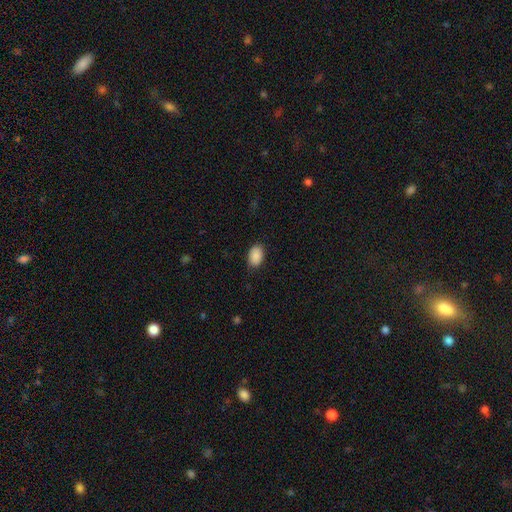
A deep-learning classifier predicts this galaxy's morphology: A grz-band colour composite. It shows a smooth galaxy with no disk features (90%) that is in between round and cigar-shaped (89%). Merging: none (85%).